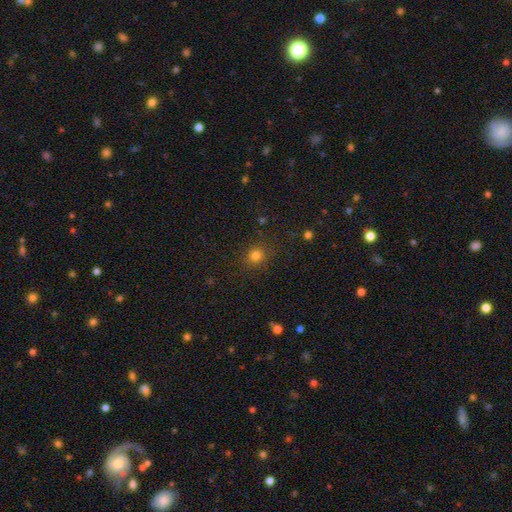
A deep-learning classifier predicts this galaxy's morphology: The model was most divided on "smooth or featured": smooth: 80%, star or artifact: 15%, featured or disk: 5%. More confident: merging — none (87%); how rounded — round (86%).